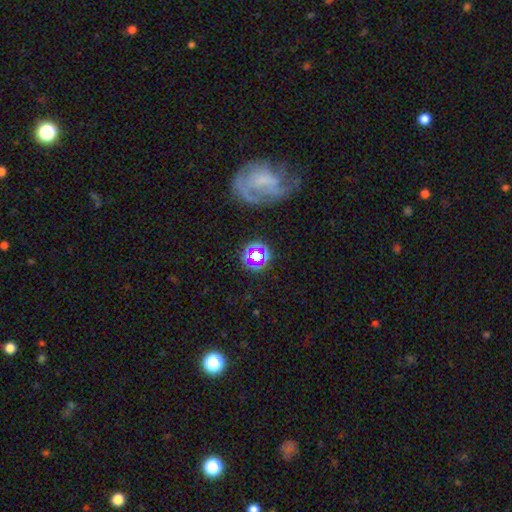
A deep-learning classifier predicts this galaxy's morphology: Smooth or featured? Predicted: star or artifact (p=0.54).